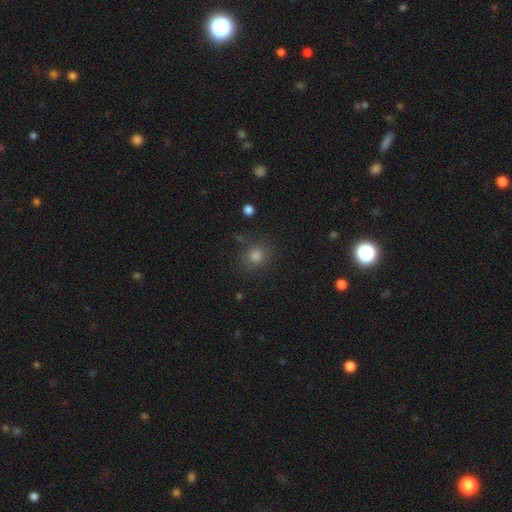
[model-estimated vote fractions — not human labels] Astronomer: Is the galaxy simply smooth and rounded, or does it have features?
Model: smooth — 75%.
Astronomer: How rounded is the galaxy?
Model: round — 80%.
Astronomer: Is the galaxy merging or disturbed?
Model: none — 83%.